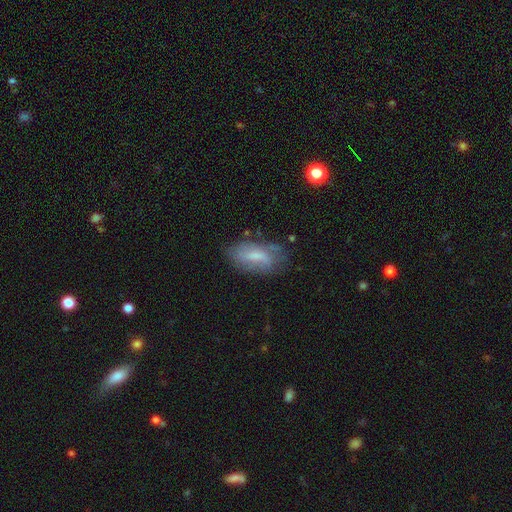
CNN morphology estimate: Overall: smooth (54%; featured or disk 37%). How rounded: in between (84%). Merging: none (58%; minor disturbance 28%).